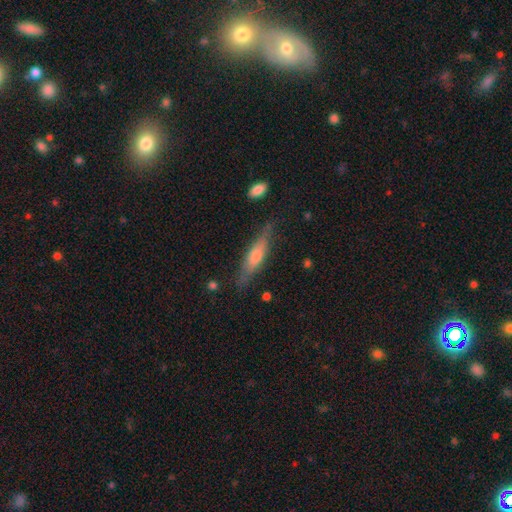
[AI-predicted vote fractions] The model was most divided on "smooth or featured": smooth: 48%, featured or disk: 45%, star or artifact: 7%. More confident: merging — none (77%).